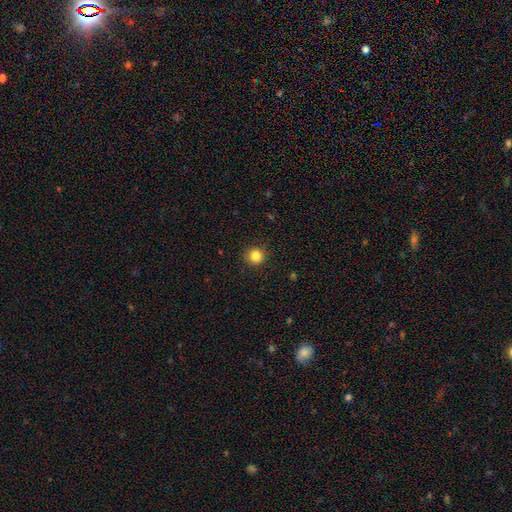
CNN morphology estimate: This is clearly a smooth galaxy (84%). How rounded: clearly round (94%). Merging: clearly none (91%).